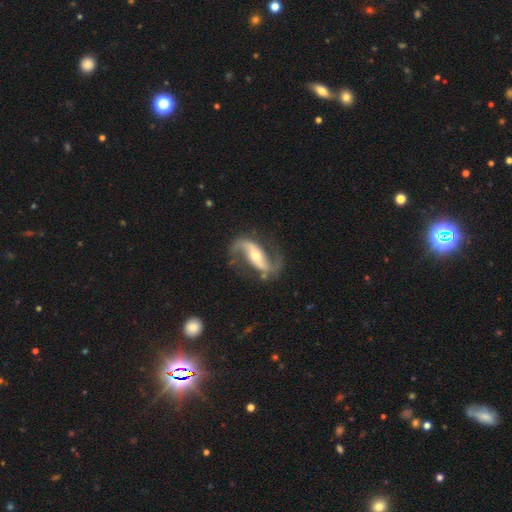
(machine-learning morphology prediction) The model was most divided on "bar": strong: 43%, weak: 29%, no: 28%. More confident: spiral arms — yes (97%); edge-on disk — no (95%); spiral arm count — 2 (93%); smooth or featured — featured or disk (91%); merging — none (77%); spiral winding — loose (67%); bulge size — moderate (59%).